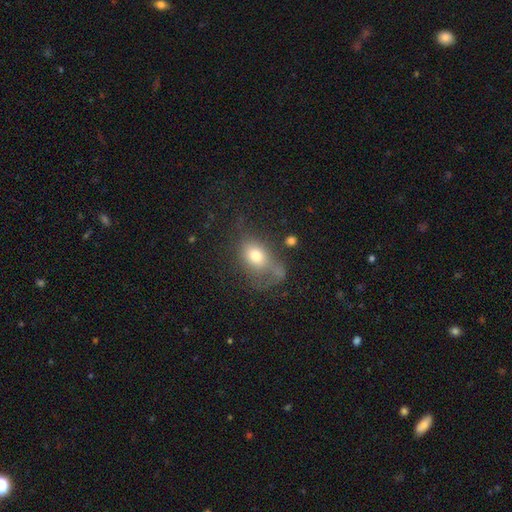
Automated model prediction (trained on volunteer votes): Smooth or featured?
  - smooth: 71% *
  - featured or disk: 18%
  - star or artifact: 11%
How rounded?
  - in between: 68% *
  - round: 30%
  - cigar-shaped: 2%
Merging?
  - major disturbance: 37% *
  - none: 31%
  - minor disturbance: 22%
  - merger: 10%